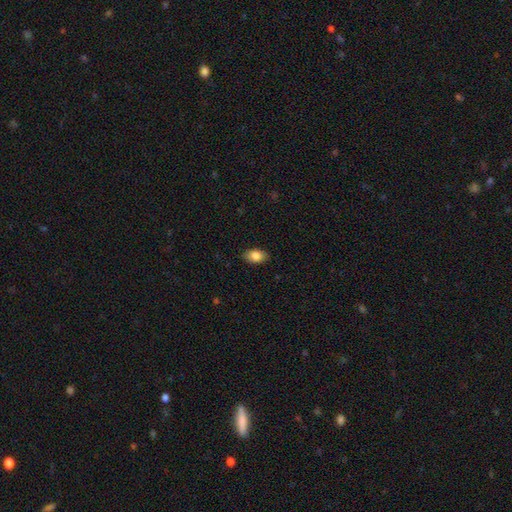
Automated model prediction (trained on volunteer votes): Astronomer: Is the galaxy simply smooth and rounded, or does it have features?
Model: smooth — 84%.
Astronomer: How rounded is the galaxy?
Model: in between — 88%.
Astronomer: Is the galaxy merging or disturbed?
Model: none — 86%.